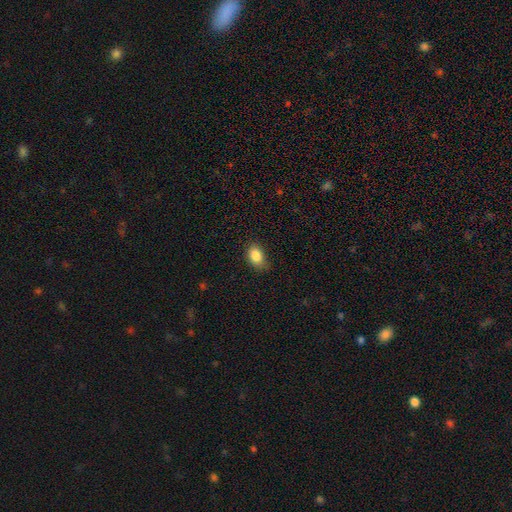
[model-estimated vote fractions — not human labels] A smooth galaxy with no disk features (86%) that is in between round and cigar-shaped (79%). Merging: none (77%).